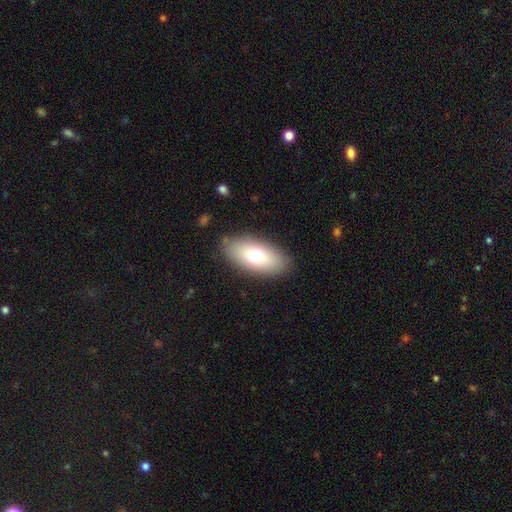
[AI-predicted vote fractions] Smooth or featured? smooth (72%)
How rounded? in between (89%)
Merging? none (85%)